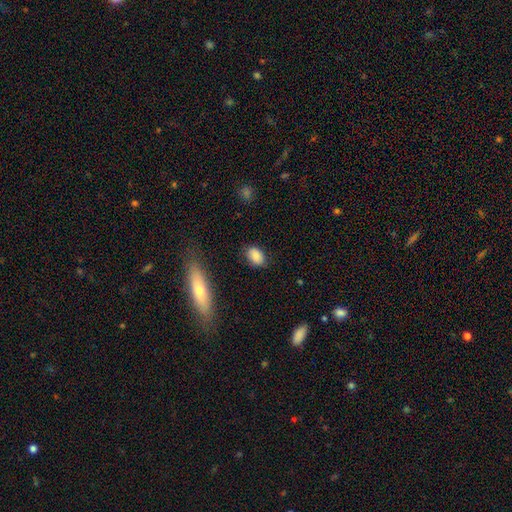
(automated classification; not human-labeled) smooth 84%, star or artifact 8%, featured or disk 8%. Down the decision tree: how rounded — in between (80%); merging — none (81%).